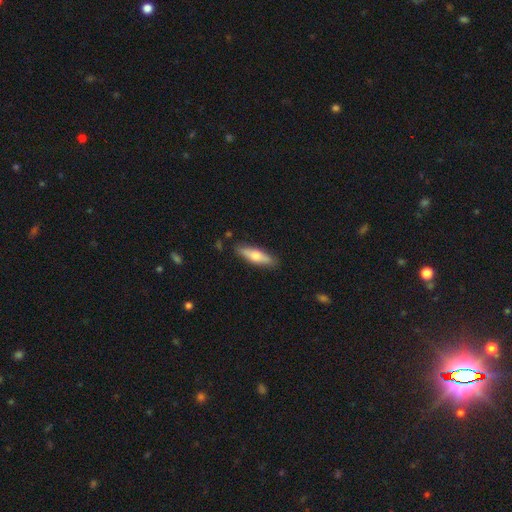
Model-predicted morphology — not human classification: smooth 57%, featured or disk 37%, star or artifact 6%. Down the decision tree: how rounded — cigar-shaped (63%); merging — none (86%).